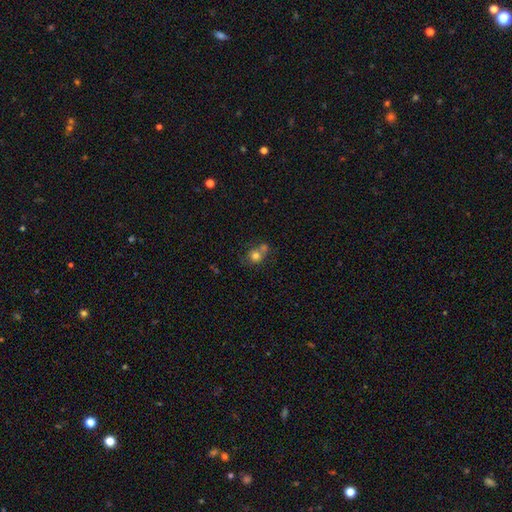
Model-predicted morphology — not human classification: Smooth or featured? Predicted: smooth (p=0.76). How rounded? Predicted: round (p=0.82). Merging? Predicted: merger (p=0.45).